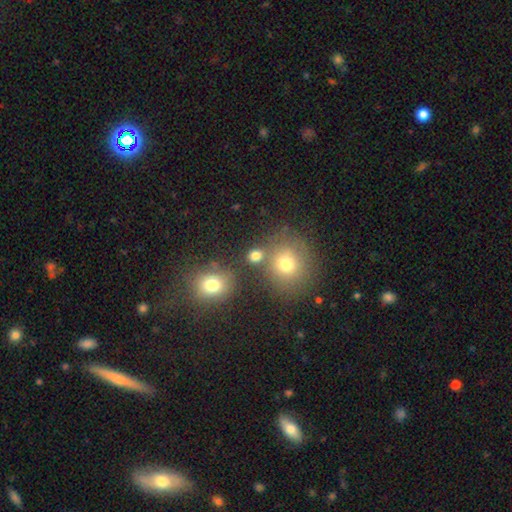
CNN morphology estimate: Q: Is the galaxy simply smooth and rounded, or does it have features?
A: smooth — 73%.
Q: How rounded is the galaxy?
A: round — 77%.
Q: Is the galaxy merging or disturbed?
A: none — 65%.